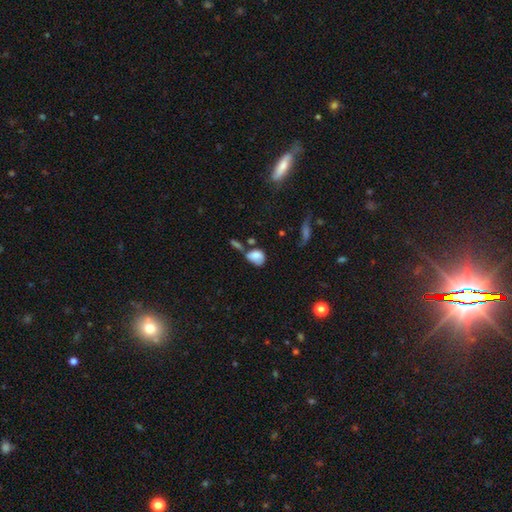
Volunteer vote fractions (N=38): A smooth galaxy with no disk features (74%) that is in between round and cigar-shaped (71%).

Vote fractions:
- Smooth or featured? smooth: 74% / featured or disk: 18% / star or artifact: 8%
- How rounded? in between: 71% / round: 29% / cigar-shaped: 0%
- Merging? merger: 34% / minor disturbance: 29% / none: 20% / major disturbance: 17%